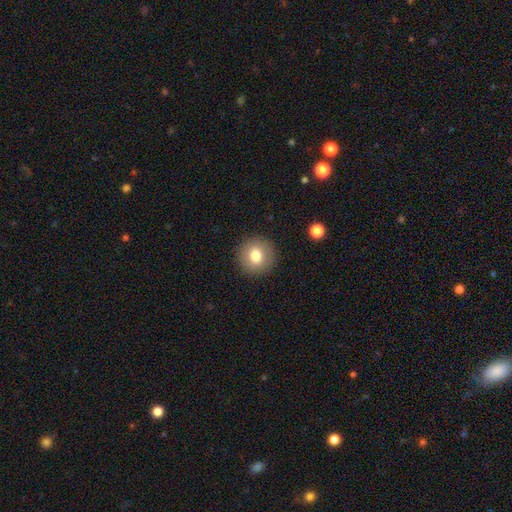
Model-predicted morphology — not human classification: This is likely a smooth galaxy (78%). How rounded: clearly round (92%). Merging: clearly none (90%).